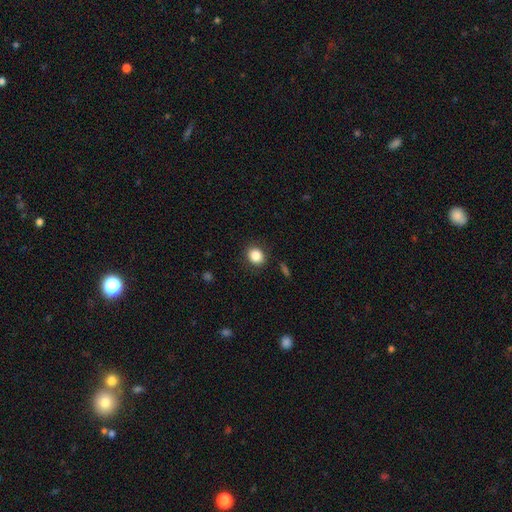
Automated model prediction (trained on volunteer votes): Smooth or featured?
  - smooth: 85% *
  - star or artifact: 10%
  - featured or disk: 5%
How rounded?
  - round: 67% *
  - in between: 32%
  - cigar-shaped: 1%
Merging?
  - none: 87% *
  - minor disturbance: 9%
  - major disturbance: 3%
  - merger: 1%